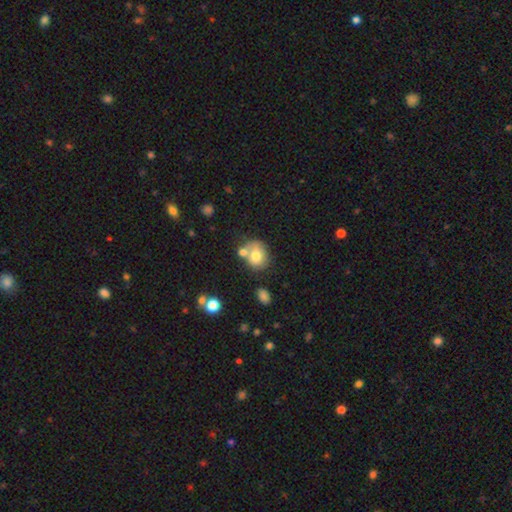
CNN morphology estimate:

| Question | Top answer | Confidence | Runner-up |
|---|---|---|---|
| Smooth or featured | smooth | 72% | featured or disk (18%) |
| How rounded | round | 67% | in between (32%) |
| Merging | none | 47% | merger (33%) |